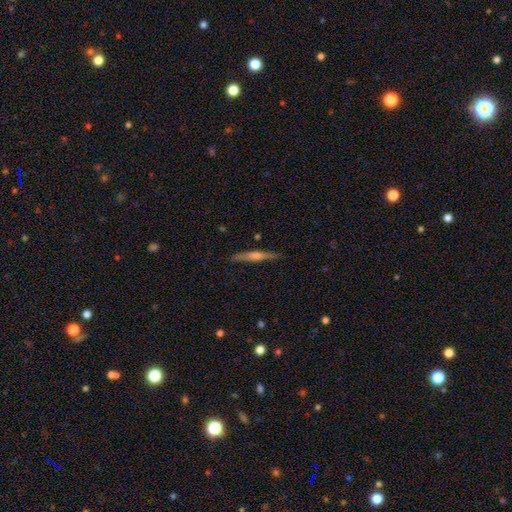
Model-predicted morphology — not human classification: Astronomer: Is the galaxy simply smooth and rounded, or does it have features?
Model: featured or disk — 72%.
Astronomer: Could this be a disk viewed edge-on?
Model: yes — 97%.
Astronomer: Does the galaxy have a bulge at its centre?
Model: rounded — 76%.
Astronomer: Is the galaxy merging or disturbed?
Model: none — 89%.